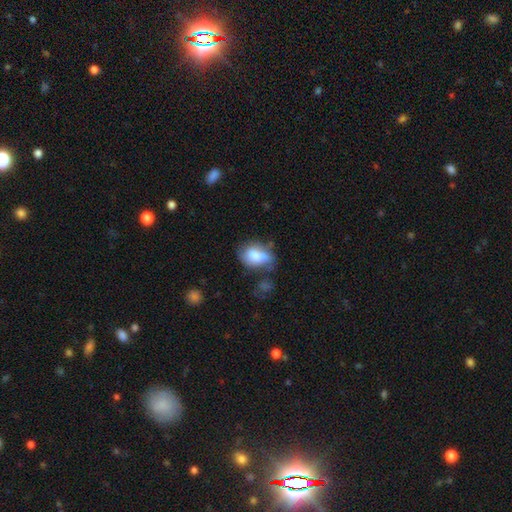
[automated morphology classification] This is likely a smooth galaxy (71%). How rounded: likely in between (79%). Merging: marginally none (37%).